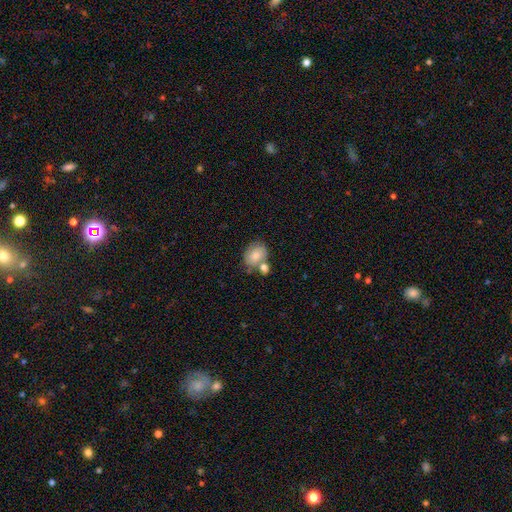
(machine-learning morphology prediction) A smooth galaxy with no disk features (79%) that is in between round and cigar-shaped (55%). Merging: none (46%).